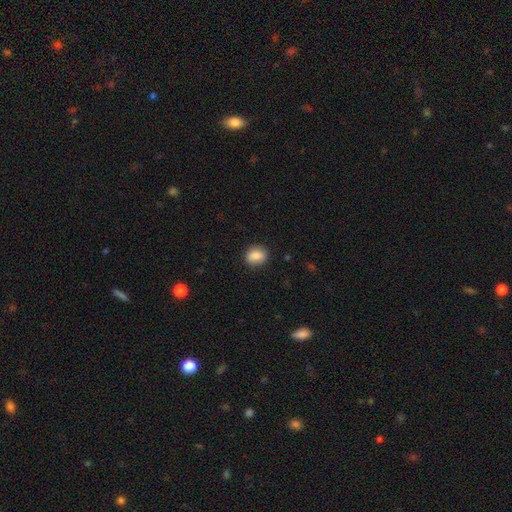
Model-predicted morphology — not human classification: Smooth or featured? smooth (86%)
How rounded? round (50%)
Merging? none (84%)